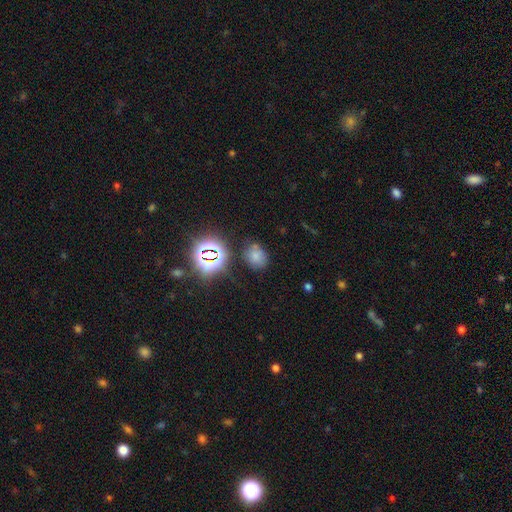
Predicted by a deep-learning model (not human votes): Smooth or featured?
  - smooth: 65% *
  - star or artifact: 26%
  - featured or disk: 9%
How rounded?
  - in between: 54% *
  - round: 44%
  - cigar-shaped: 1%
Merging?
  - none: 70% *
  - minor disturbance: 17%
  - merger: 7%
  - major disturbance: 6%